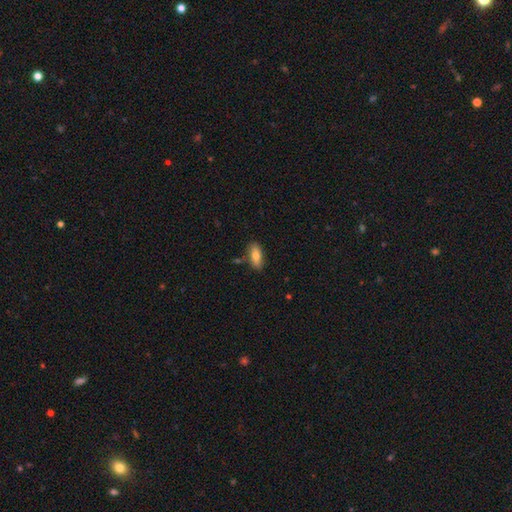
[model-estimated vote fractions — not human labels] Q: Smooth or featured?
A: smooth (74%); runner-up: featured or disk (19%)
Q: How rounded?
A: in between (75%); runner-up: cigar-shaped (22%)
Q: Merging?
A: none (79%); runner-up: minor disturbance (13%)